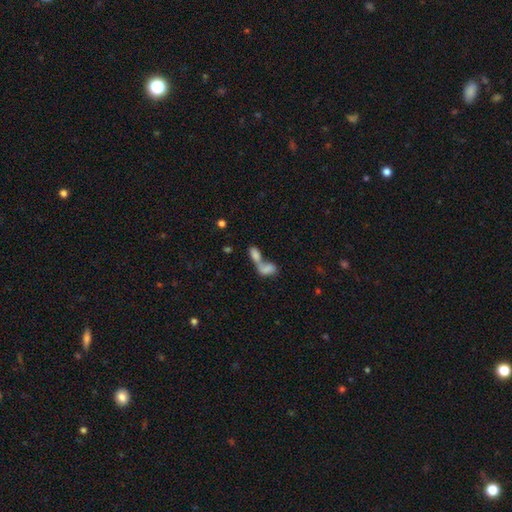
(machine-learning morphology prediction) This is likely a smooth galaxy (73%). How rounded: clearly in between (82%). Merging: likely merger (77%).